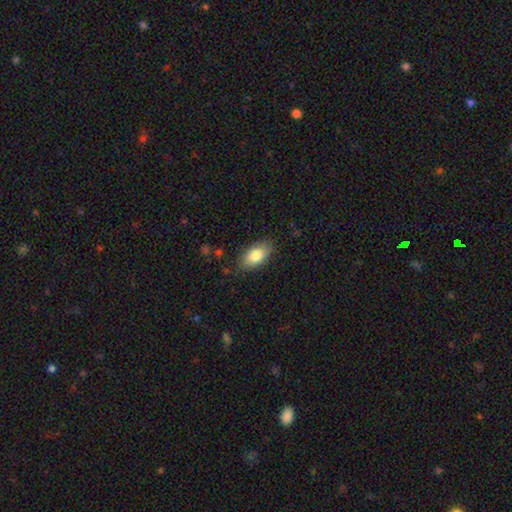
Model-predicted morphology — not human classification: This is clearly a smooth galaxy (82%). How rounded: clearly in between (92%). Merging: clearly none (83%).